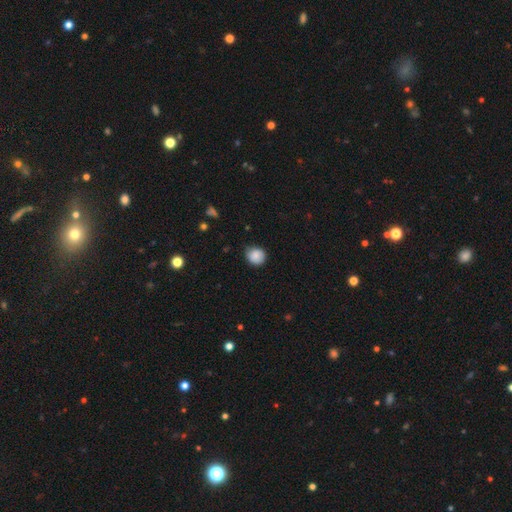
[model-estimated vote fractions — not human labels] Smooth or featured? Predicted: smooth (p=0.86). How rounded? Predicted: round (p=0.81). Merging? Predicted: none (p=0.76).